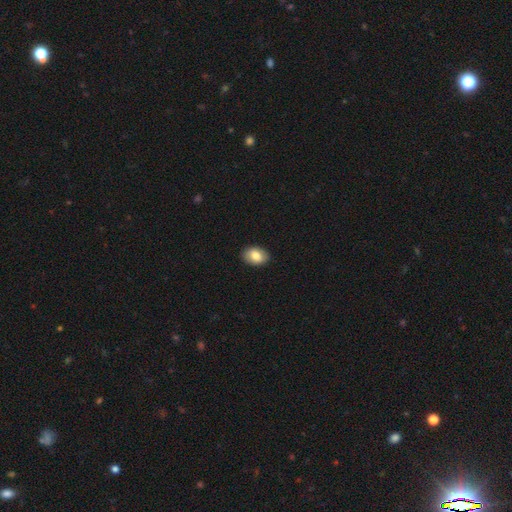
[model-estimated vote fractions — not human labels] Smooth or featured: smooth — 80% (featured or disk — 13%)
How rounded: in between — 81% (round — 18%)
Merging: none — 89% (minor disturbance — 8%)